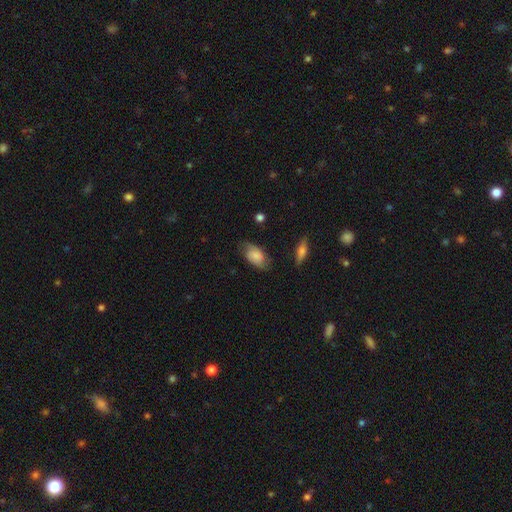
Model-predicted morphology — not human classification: Smooth or featured? Predicted: smooth (p=0.72). How rounded? Predicted: in between (p=0.92). Merging? Predicted: none (p=0.68).